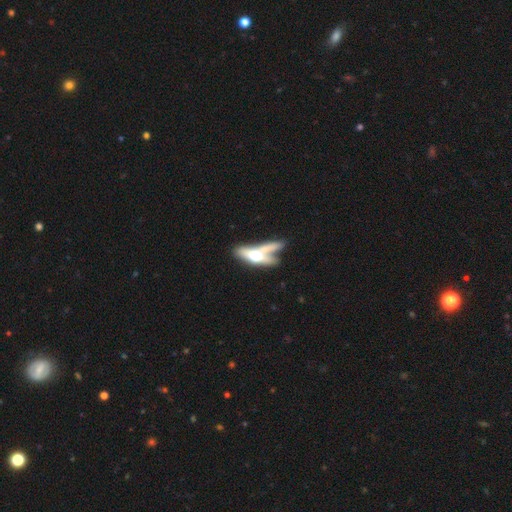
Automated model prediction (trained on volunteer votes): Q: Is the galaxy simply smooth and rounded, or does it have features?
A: featured or disk — 47%, tied with smooth.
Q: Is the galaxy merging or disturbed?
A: merger — 47%.